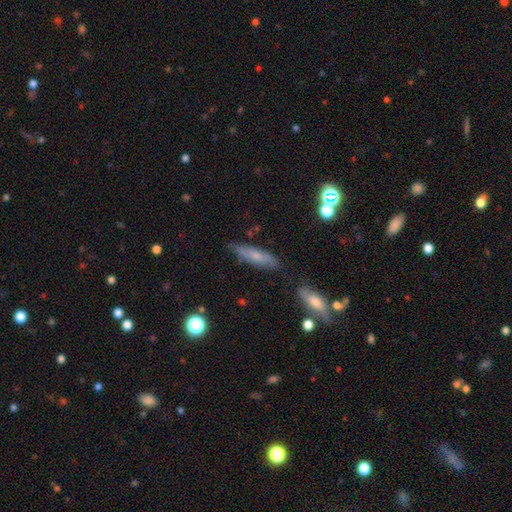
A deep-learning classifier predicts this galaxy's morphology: Overall: smooth (62%; featured or disk 29%). How rounded: cigar-shaped (67%; in between 31%). Merging: none (76%).